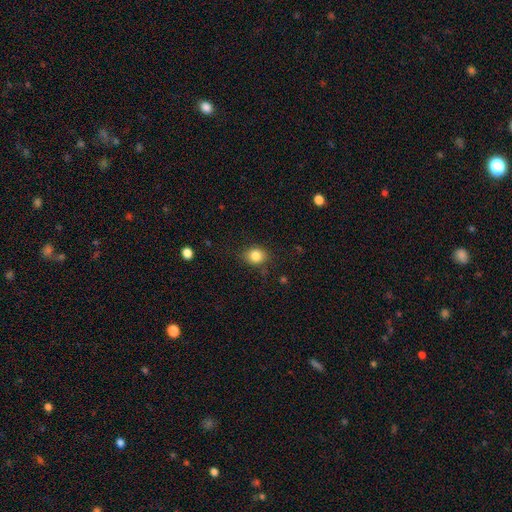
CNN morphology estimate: Overall: smooth (84%). How rounded: round (65%; in between 34%). Merging: none (79%).